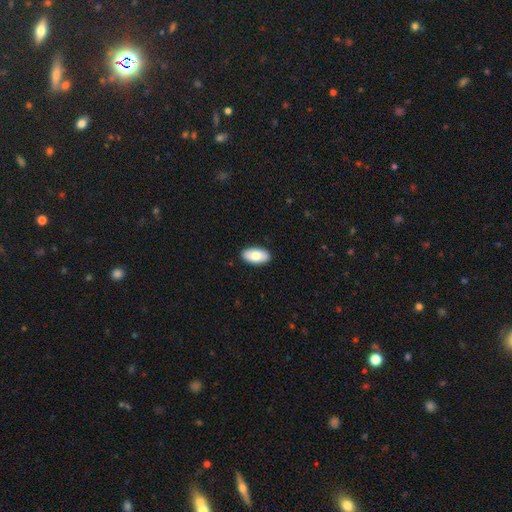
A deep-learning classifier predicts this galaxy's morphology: smooth-or-featured: smooth: 78% | featured or disk: 16% | star or artifact: 6%
  how-rounded: in between: 95% | round: 3% | cigar-shaped: 2%
  merging: none: 90% | minor disturbance: 7% | major disturbance: 2% | merger: 1%